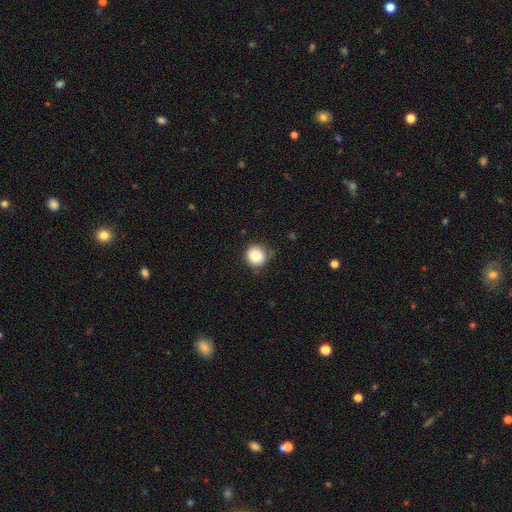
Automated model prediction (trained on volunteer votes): Q: Smooth or featured?
A: smooth (87%); runner-up: star or artifact (9%)
Q: How rounded?
A: round (92%); runner-up: in between (8%)
Q: Merging?
A: none (72%); runner-up: minor disturbance (22%)